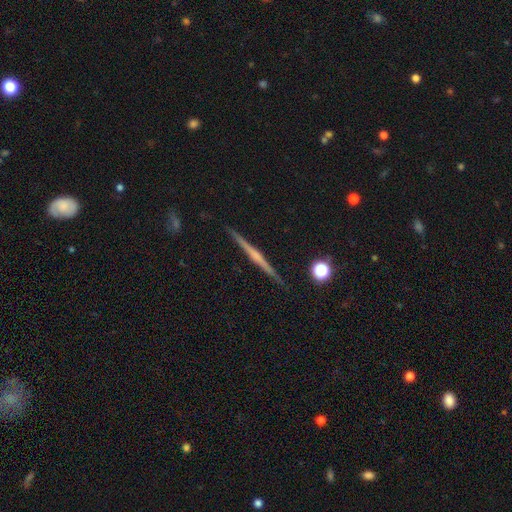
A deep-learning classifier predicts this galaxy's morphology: Smooth or featured? featured or disk (74%)
Edge-on disk? yes (98%)
Edge-on bulge? rounded (46%)
Merging? none (92%)